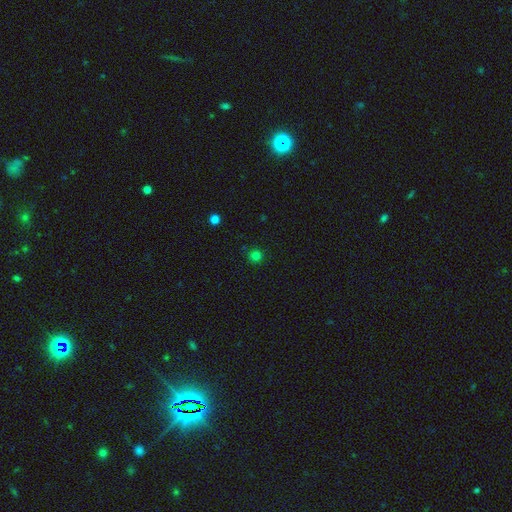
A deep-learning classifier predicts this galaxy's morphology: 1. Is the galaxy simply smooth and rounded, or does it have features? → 78% smooth, 18% star or artifact, 4% featured or disk.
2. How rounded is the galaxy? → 95% round, 4% in between, 1% cigar-shaped.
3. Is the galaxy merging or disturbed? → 90% none, 6% minor disturbance, 2% major disturbance, 1% merger.